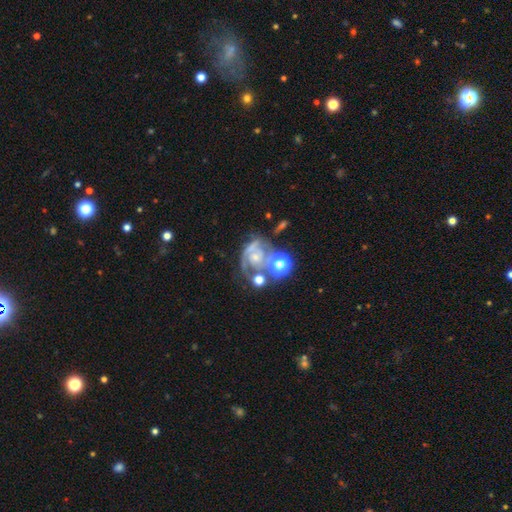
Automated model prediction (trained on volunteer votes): Overall: featured or disk (75%). Edge-on disk: no (98%). Bar: no (76%). Spiral arms: yes (88%). Spiral arm count: 2 (45%; 1 21%). Spiral winding: tight (50%; medium 37%). Bulge size: small (55%; moderate 28%). Merging: none (34%; major disturbance 24%).